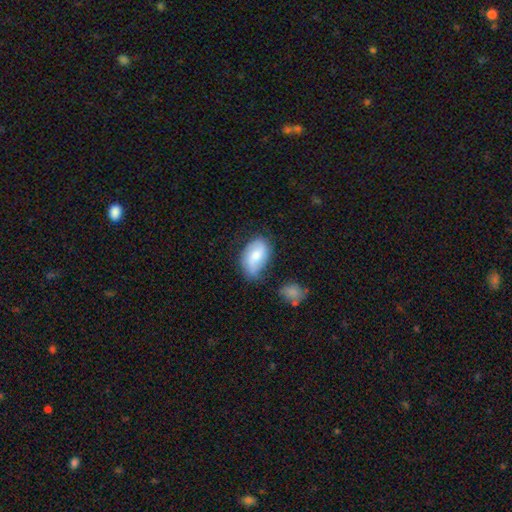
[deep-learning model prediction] Smooth or featured?
  - smooth: 59% *
  - featured or disk: 34%
  - star or artifact: 7%
How rounded?
  - in between: 91% *
  - round: 8%
  - cigar-shaped: 2%
Merging?
  - none: 53% *
  - minor disturbance: 30%
  - major disturbance: 9%
  - merger: 7%